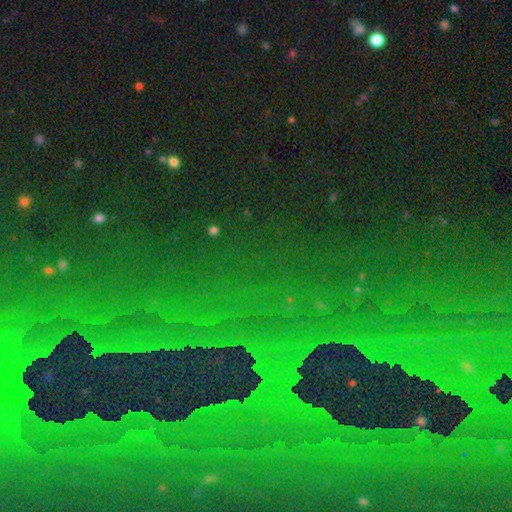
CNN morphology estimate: star or artifact 84%, featured or disk 8%, smooth 8%.